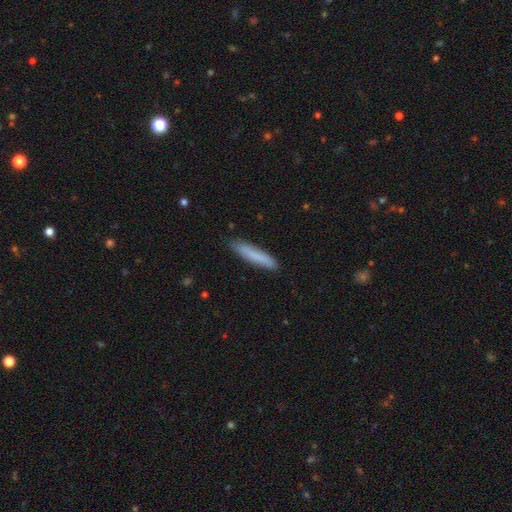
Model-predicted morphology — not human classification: smooth_or_featured: smooth (p=0.80) [alt: featured or disk p=0.13]
how_rounded: cigar-shaped (p=0.91) [alt: in between p=0.08]
merging: none (p=0.86) [alt: minor disturbance p=0.11]